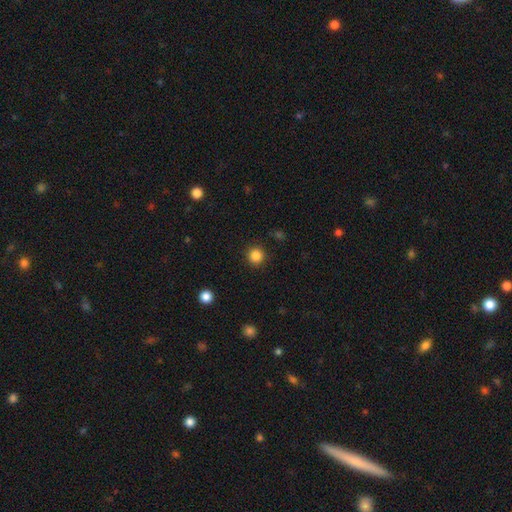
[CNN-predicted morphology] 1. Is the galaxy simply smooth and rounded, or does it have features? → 85% smooth, 11% star or artifact, 4% featured or disk.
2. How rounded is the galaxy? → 94% round, 5% in between, 1% cigar-shaped.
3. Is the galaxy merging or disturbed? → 91% none, 6% minor disturbance, 2% major disturbance, 1% merger.